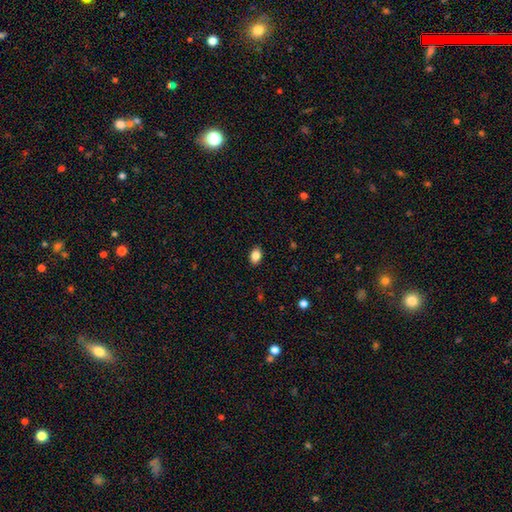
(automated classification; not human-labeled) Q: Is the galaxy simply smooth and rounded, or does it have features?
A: smooth — 85%.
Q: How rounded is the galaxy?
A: in between — 81%.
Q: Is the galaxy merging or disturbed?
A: none — 89%.